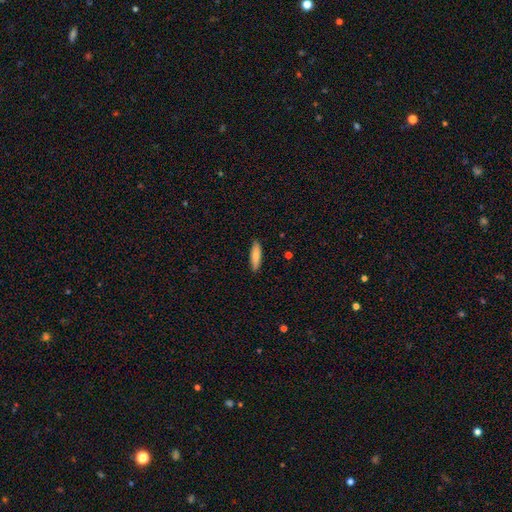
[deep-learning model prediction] Q: Smooth or featured?
A: smooth (83%); runner-up: featured or disk (12%)
Q: How rounded?
A: cigar-shaped (62%); runner-up: in between (36%)
Q: Merging?
A: none (89%); runner-up: minor disturbance (8%)